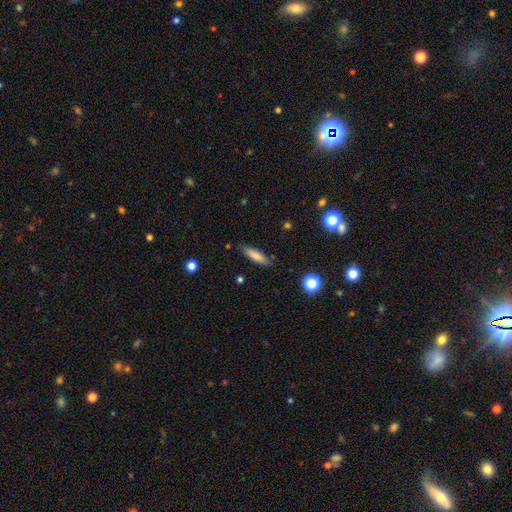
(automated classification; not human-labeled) Morphology: type=smooth (76%); roundness=cigar-shaped (72%); merging=none (85%).